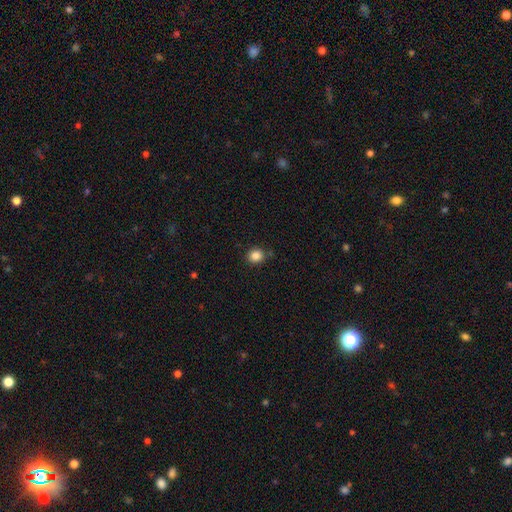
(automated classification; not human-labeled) Smooth or featured?
  - smooth: 86% *
  - star or artifact: 11%
  - featured or disk: 4%
How rounded?
  - round: 85% *
  - in between: 14%
  - cigar-shaped: 1%
Merging?
  - none: 85% *
  - minor disturbance: 9%
  - merger: 3%
  - major disturbance: 2%